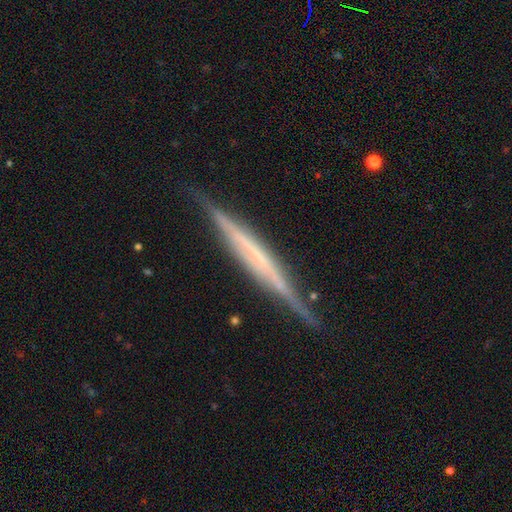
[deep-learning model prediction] Q: Smooth or featured?
A: featured or disk (74%); runner-up: smooth (20%)
Q: Edge-on disk?
A: yes (97%); runner-up: no (3%)
Q: Edge-on bulge?
A: none (68%); runner-up: boxy (19%)
Q: Merging?
A: none (84%); runner-up: minor disturbance (12%)